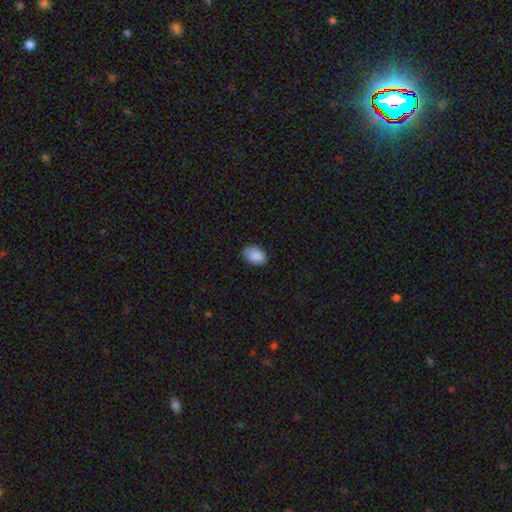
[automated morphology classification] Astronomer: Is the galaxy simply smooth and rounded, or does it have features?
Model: smooth — 89%.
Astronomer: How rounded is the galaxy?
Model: in between — 84%.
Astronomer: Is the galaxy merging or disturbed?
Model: none — 80%.